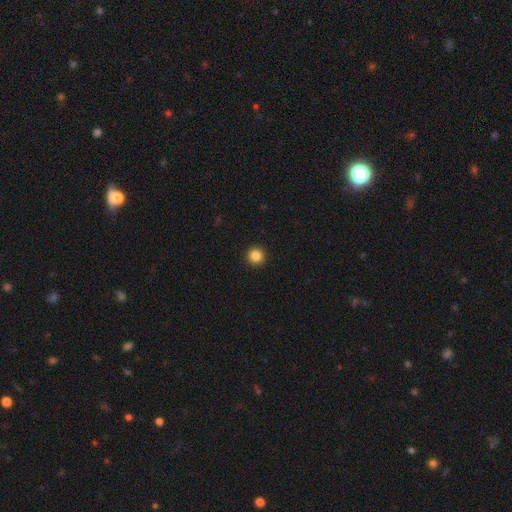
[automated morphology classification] A smooth galaxy with no disk features (85%) that is round (96%). Merging: none (94%).